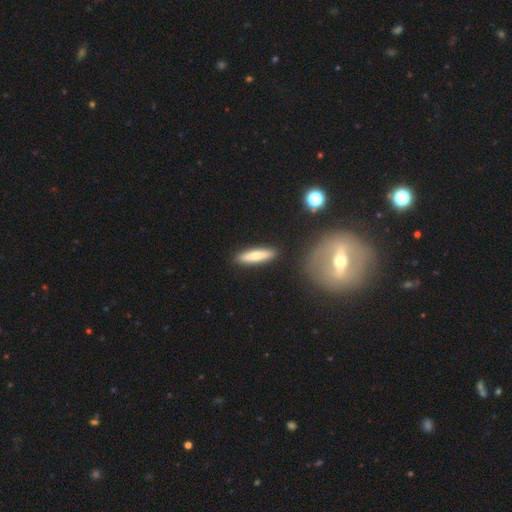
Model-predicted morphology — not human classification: smooth 68%, featured or disk 26%, star or artifact 6%. Down the decision tree: how rounded — cigar-shaped (79%); merging — none (89%).